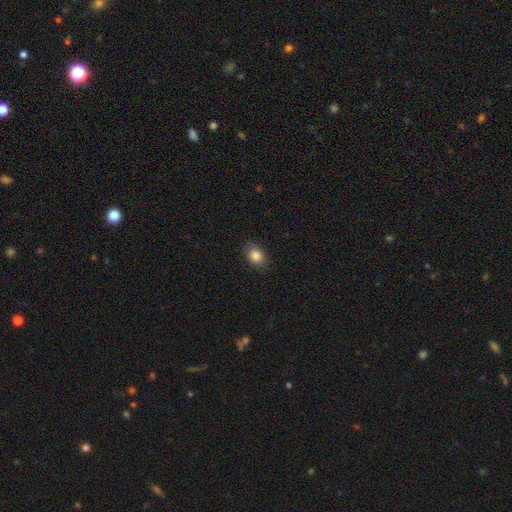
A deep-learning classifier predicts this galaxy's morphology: Overall: smooth (84%). How rounded: in between (73%). Merging: none (87%).